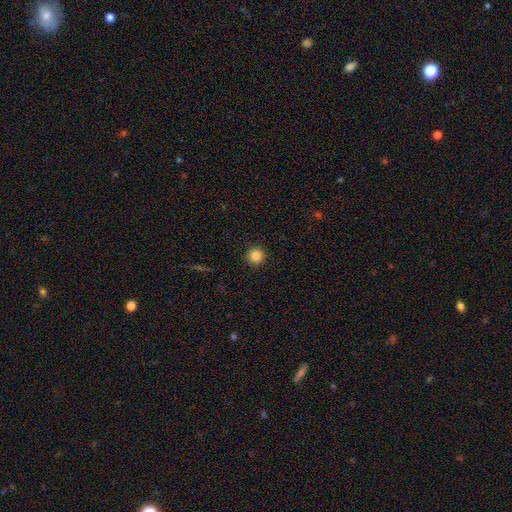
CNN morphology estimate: smooth-or-featured: smooth: 85% | star or artifact: 11% | featured or disk: 4%
  how-rounded: round: 95% | in between: 4% | cigar-shaped: 1%
  merging: none: 91% | minor disturbance: 6% | major disturbance: 2% | merger: 1%